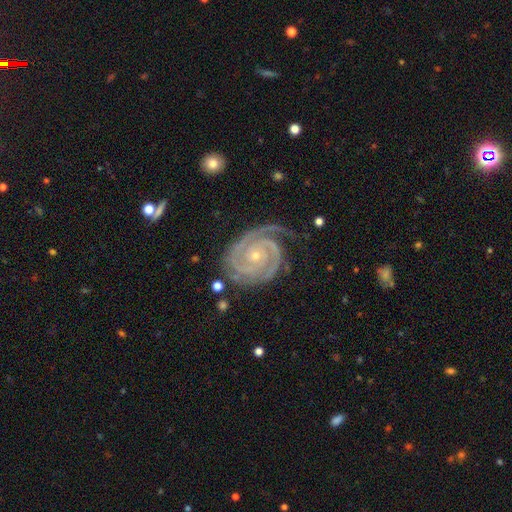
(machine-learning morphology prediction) This is clearly a featured or disk galaxy (94%). It is clearly not viewed edge-on (98%). Bar: likely no (74%). Spiral arm pattern: clearly yes (99%). Spiral arm count: possibly 2 (56%). Spiral winding: clearly tight (83%). Central bulge: likely small (77%). Merging: likely none (73%).